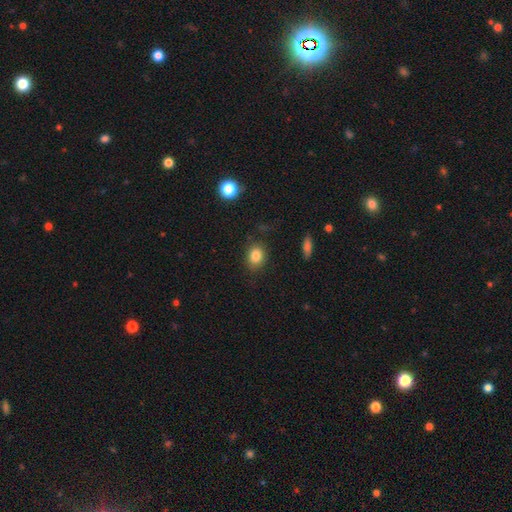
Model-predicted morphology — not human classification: This appears to be a smooth galaxy with no disk features (83%) that is round (50%). Merging: none (84%).